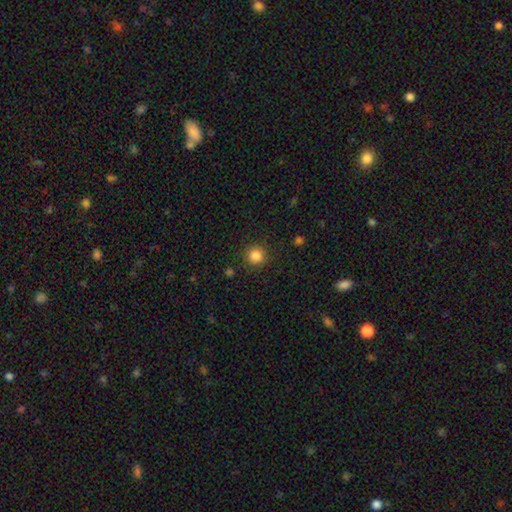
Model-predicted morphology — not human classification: The model was most divided on "smooth or featured": smooth: 85%, star or artifact: 11%, featured or disk: 4%. More confident: how rounded — round (94%); merging — none (90%).